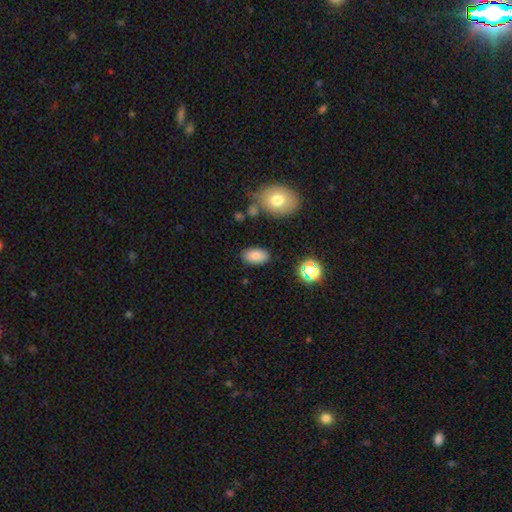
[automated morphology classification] Overall: smooth (84%). How rounded: in between (92%). Merging: none (85%).